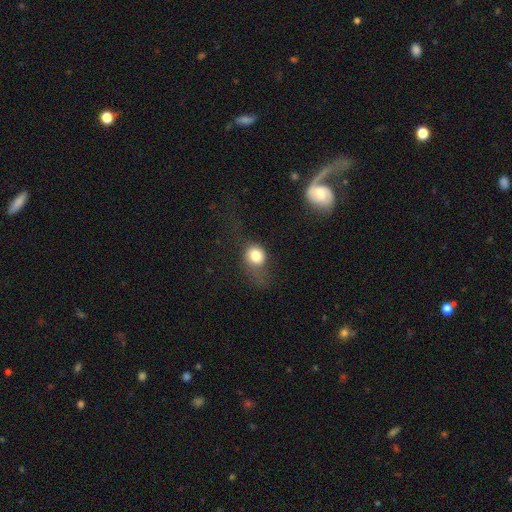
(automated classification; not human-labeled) A smooth galaxy with no disk features (76%) that is round (67%).

Vote fractions:
- Smooth or featured? smooth: 76% / featured or disk: 14% / star or artifact: 10%
- How rounded? round: 67% / in between: 31% / cigar-shaped: 2%
- Merging? none: 39% / major disturbance: 32% / minor disturbance: 26% / merger: 3%